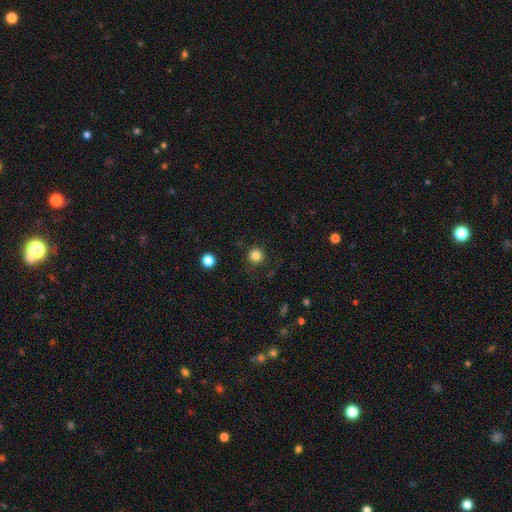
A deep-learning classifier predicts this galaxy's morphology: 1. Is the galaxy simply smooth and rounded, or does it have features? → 83% smooth, 13% star or artifact, 4% featured or disk.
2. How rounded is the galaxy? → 95% round, 4% in between, 1% cigar-shaped.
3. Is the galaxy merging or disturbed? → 86% none, 9% minor disturbance, 3% major disturbance, 2% merger.